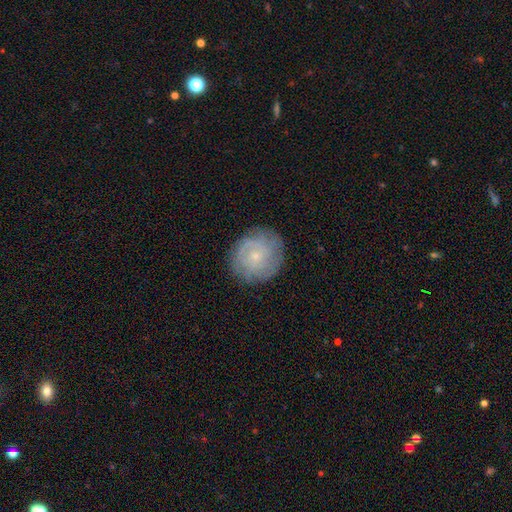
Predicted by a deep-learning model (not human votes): featured or disk 60%, smooth 32%, star or artifact 8%. Down the decision tree: edge-on disk — no (97%); bar — no (82%); spiral arms — yes (85%); bulge size — small (75%); merging — none (82%).